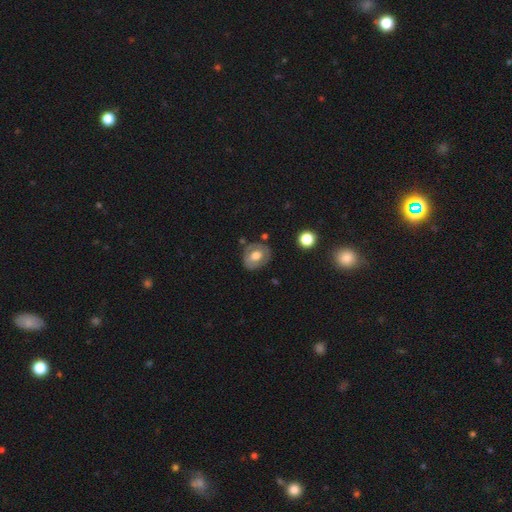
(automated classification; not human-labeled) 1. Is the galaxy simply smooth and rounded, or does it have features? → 51% smooth, 42% featured or disk, 7% star or artifact.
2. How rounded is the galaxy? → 51% in between, 48% round, 1% cigar-shaped.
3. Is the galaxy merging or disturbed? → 75% none, 17% minor disturbance, 5% major disturbance, 3% merger.